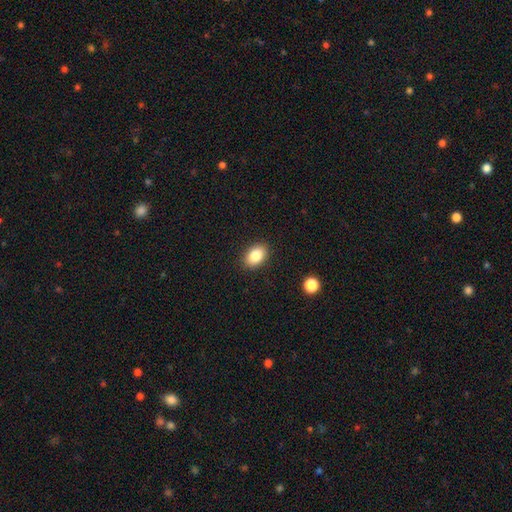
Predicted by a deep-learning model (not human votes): Q: Smooth or featured?
A: smooth (85%); runner-up: star or artifact (8%)
Q: How rounded?
A: in between (84%); runner-up: round (15%)
Q: Merging?
A: none (89%); runner-up: minor disturbance (8%)